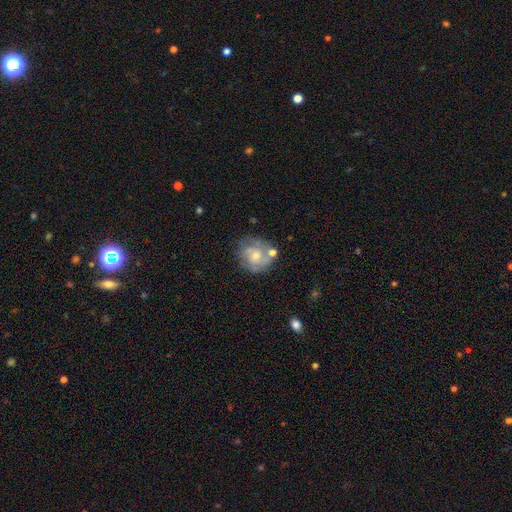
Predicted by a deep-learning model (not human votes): smooth_or_featured: featured or disk (p=0.65) [alt: smooth p=0.27]
disk_edge_on: no (p=0.98) [alt: yes p=0.02]
bar: no (p=0.78) [alt: weak p=0.19]
has_spiral_arms: yes (p=0.77) [alt: no p=0.23]
bulge_size: moderate (p=0.48) [alt: small p=0.46]
merging: none (p=0.63) [alt: minor disturbance p=0.20]